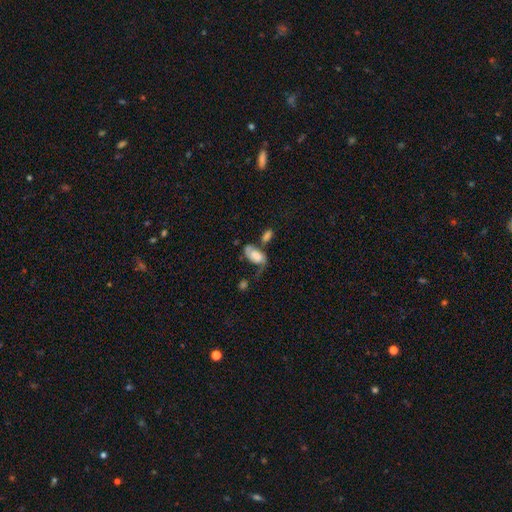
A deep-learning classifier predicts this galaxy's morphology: Smooth or featured?
  - featured or disk: 50% *
  - smooth: 42%
  - star or artifact: 8%
Edge-on disk?
  - no: 95% *
  - yes: 5%
Merging?
  - none: 28% *
  - major disturbance: 26%
  - merger: 23%
  - minor disturbance: 22%